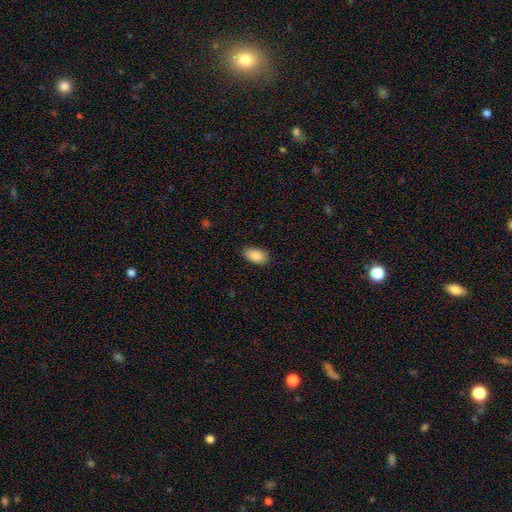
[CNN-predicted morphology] This appears to be a smooth galaxy with no disk features (89%) that is in between round and cigar-shaped (94%). Merging: none (85%).